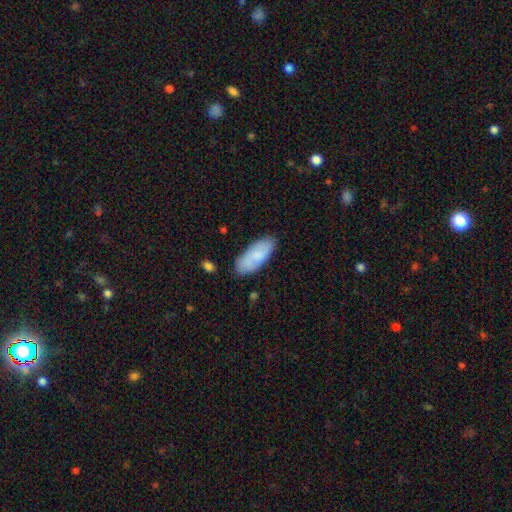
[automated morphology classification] smooth 81%, featured or disk 14%, star or artifact 6%. Down the decision tree: how rounded — in between (83%); merging — none (82%).